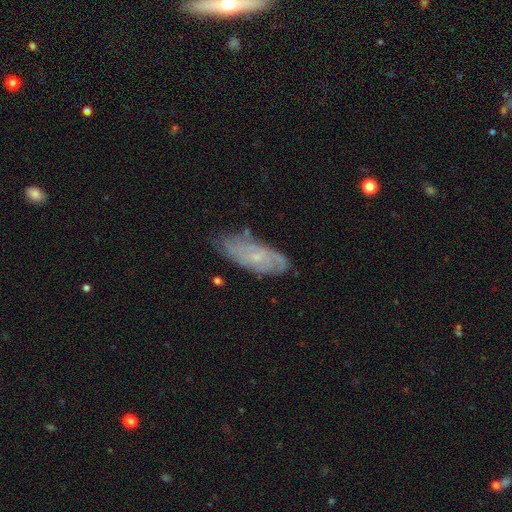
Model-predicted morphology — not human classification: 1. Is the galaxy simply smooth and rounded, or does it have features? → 66% featured or disk, 26% smooth, 9% star or artifact.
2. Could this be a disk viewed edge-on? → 87% no, 13% yes.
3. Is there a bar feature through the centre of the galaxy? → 73% no, 24% weak, 4% strong.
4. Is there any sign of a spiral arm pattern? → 85% yes, 15% no.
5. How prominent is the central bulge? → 75% small, 16% moderate, 7% none, 1% large, 1% dominant.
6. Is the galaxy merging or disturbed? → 73% none, 20% minor disturbance, 5% major disturbance, 2% merger.